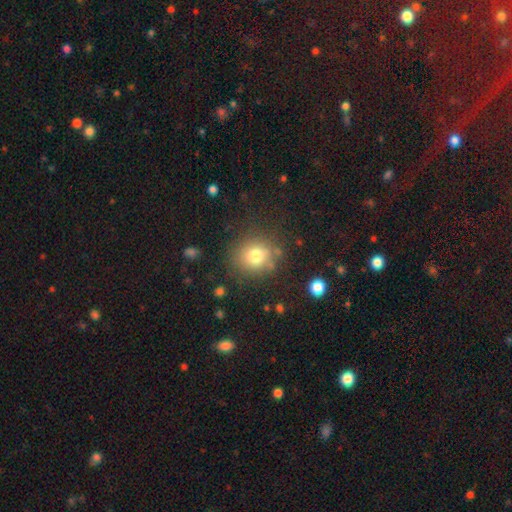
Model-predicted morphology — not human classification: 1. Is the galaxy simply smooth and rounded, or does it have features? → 76% smooth, 14% star or artifact, 10% featured or disk.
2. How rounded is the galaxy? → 84% round, 16% in between, 1% cigar-shaped.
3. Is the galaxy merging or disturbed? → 79% none, 12% minor disturbance, 5% major disturbance, 4% merger.